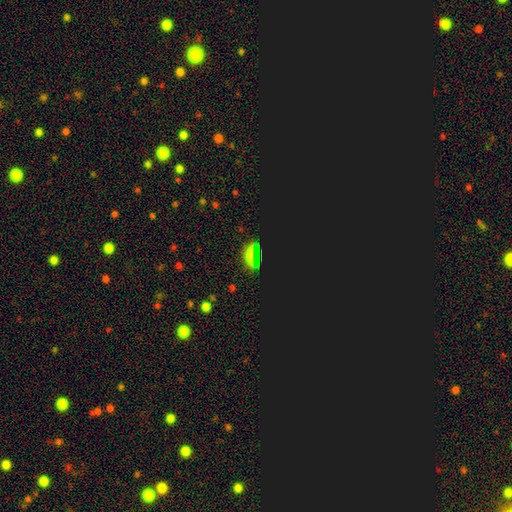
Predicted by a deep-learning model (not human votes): smooth-or-featured: star or artifact: 63% | smooth: 28% | featured or disk: 9%